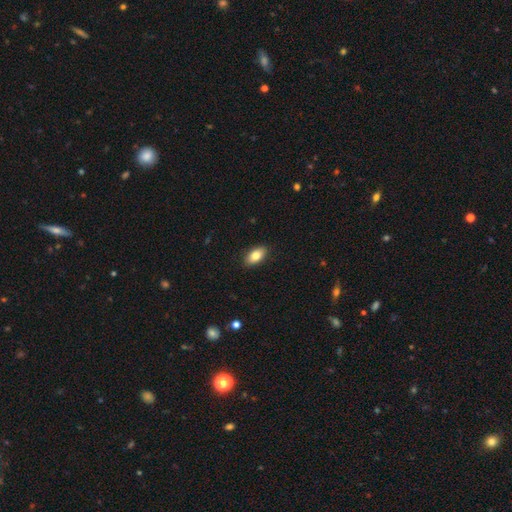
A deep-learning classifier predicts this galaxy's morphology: This is clearly a smooth galaxy (82%). How rounded: clearly in between (91%). Merging: clearly none (89%).